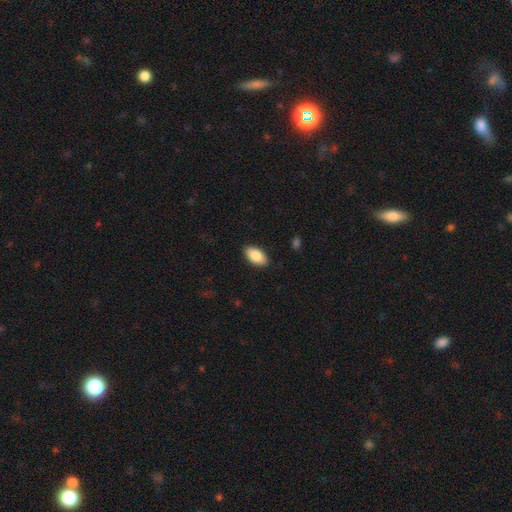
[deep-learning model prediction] This is clearly a smooth galaxy (86%). How rounded: clearly in between (94%). Merging: clearly none (88%).